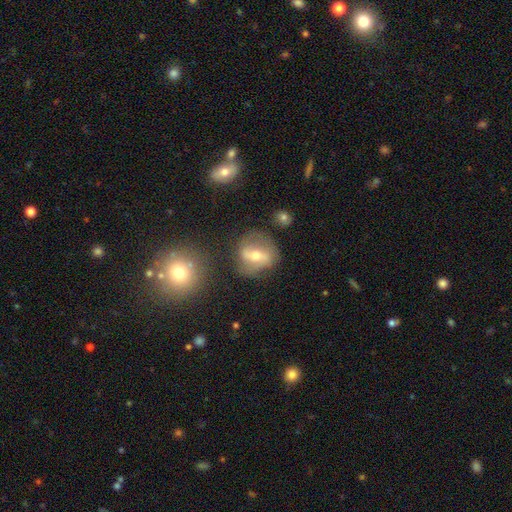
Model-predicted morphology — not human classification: featured or disk 60%, smooth 30%, star or artifact 10%. Down the decision tree: edge-on disk — no (91%); bar — strong (44%); spiral arms — yes (59%); bulge size — moderate (63%); merging — none (67%).